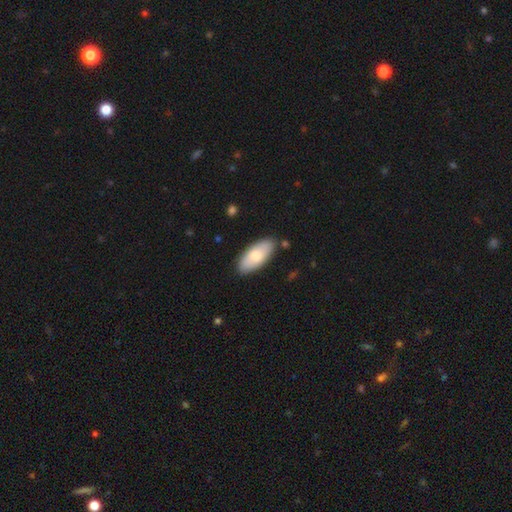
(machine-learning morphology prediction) Overall: smooth (72%). How rounded: in between (87%). Merging: none (86%).